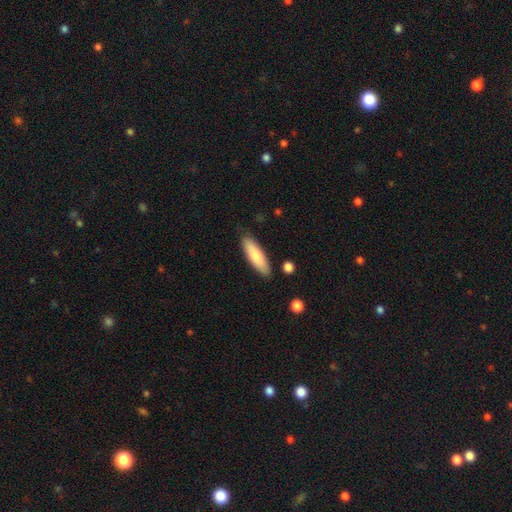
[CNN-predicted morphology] A smooth galaxy with no disk features (78%) that is cigar-shaped (55%). Merging: none (84%).